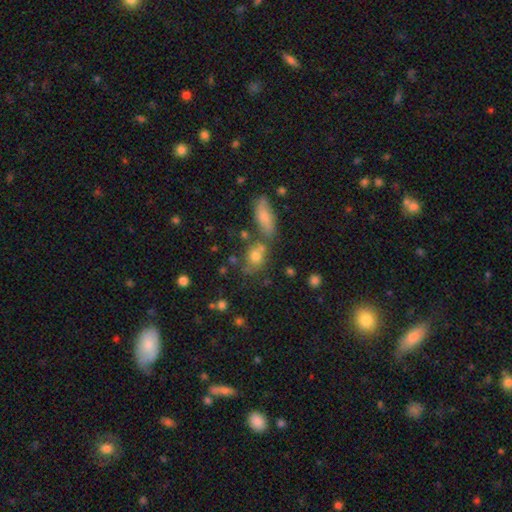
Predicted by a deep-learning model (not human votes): smooth 72%, featured or disk 14%, star or artifact 14%. Down the decision tree: how rounded — in between (50%); merging — none (52%).